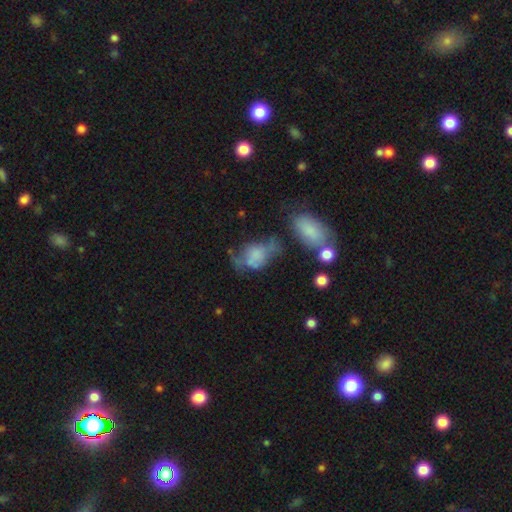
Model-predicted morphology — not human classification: smooth 58%, featured or disk 29%, star or artifact 12%. Down the decision tree: how rounded — in between (76%); merging — major disturbance (29%).